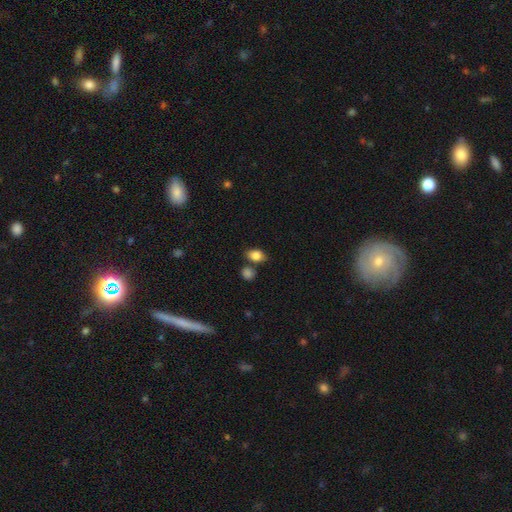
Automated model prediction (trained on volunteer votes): Overall: smooth (83%). How rounded: in between (78%). Merging: none (68%).